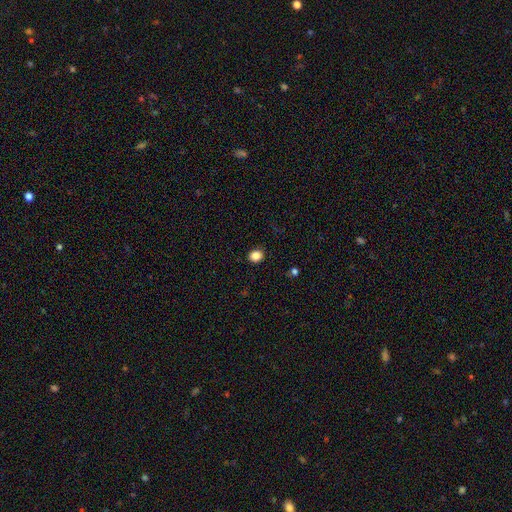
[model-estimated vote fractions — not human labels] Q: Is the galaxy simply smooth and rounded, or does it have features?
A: smooth — 85%.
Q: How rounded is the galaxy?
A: round — 66%.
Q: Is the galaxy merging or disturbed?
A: none — 90%.